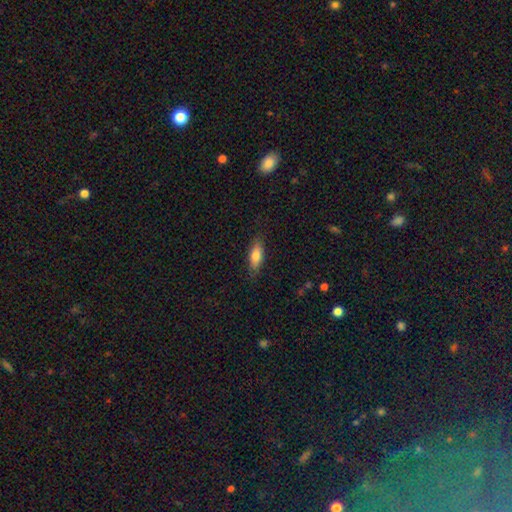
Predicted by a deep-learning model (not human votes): Smooth or featured? smooth (78%)
How rounded? in between (71%)
Merging? none (83%)